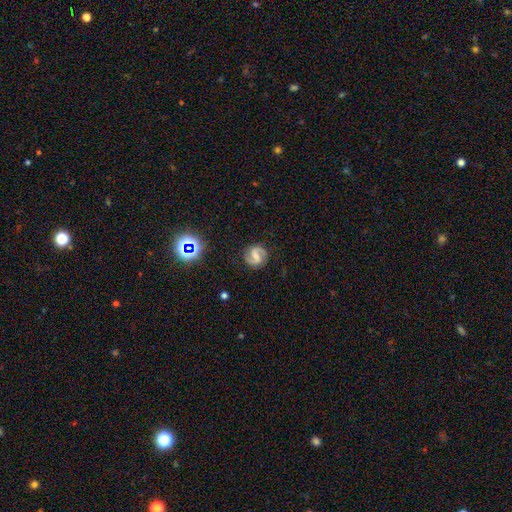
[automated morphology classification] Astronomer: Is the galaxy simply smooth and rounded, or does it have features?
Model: featured or disk — 80%.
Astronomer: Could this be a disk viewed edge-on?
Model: no — 98%.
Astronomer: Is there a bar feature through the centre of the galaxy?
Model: weak — 46% (runner-up: strong, 35%).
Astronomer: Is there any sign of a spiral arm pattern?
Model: yes — 96%.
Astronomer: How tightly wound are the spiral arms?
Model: medium — 53%.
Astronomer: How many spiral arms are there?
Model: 2 — 93%.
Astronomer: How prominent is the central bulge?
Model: small — 43% (runner-up: moderate, 33%).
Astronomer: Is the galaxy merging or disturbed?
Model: none — 86%.